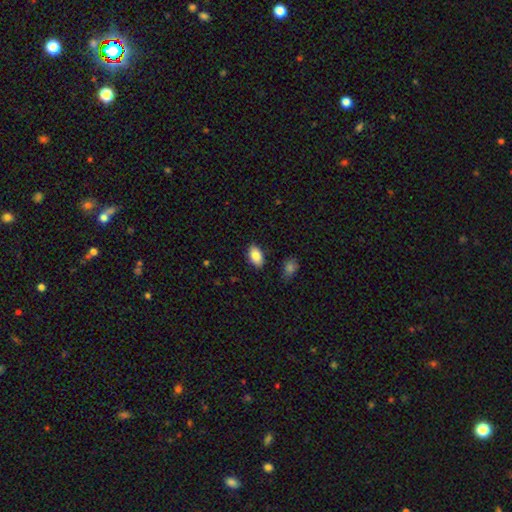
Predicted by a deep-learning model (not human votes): smooth_or_featured: smooth (p=0.84) [alt: featured or disk p=0.08]
how_rounded: in between (p=0.92) [alt: round p=0.06]
merging: none (p=0.86) [alt: minor disturbance p=0.10]